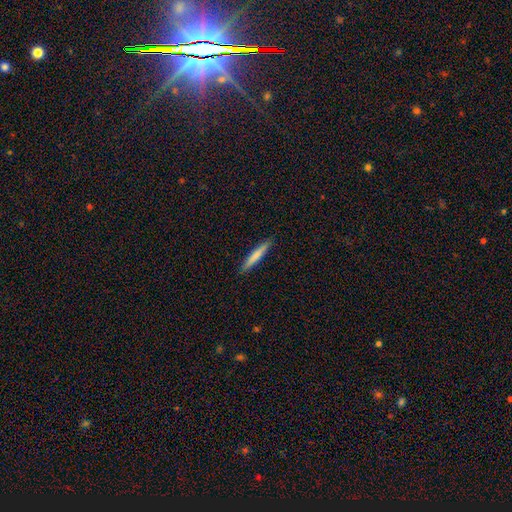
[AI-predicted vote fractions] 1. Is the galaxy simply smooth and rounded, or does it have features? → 72% smooth, 22% featured or disk, 5% star or artifact.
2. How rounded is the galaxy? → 94% cigar-shaped, 5% in between, 1% round.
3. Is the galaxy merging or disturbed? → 91% none, 7% minor disturbance, 1% major disturbance, 1% merger.